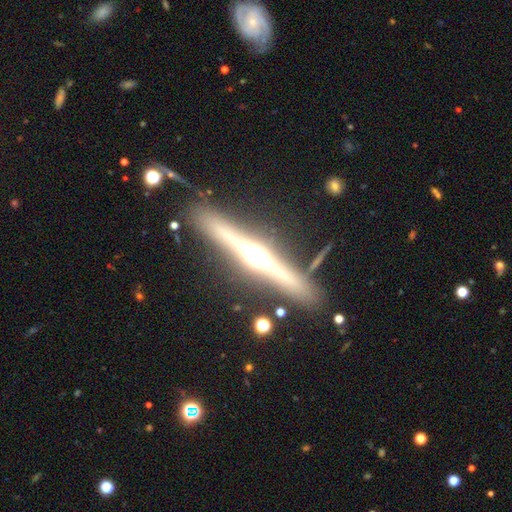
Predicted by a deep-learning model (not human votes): Q: Smooth or featured?
A: featured or disk (82%); runner-up: smooth (10%)
Q: Edge-on disk?
A: yes (97%); runner-up: no (3%)
Q: Edge-on bulge?
A: rounded (90%); runner-up: boxy (8%)
Q: Merging?
A: none (85%); runner-up: minor disturbance (9%)